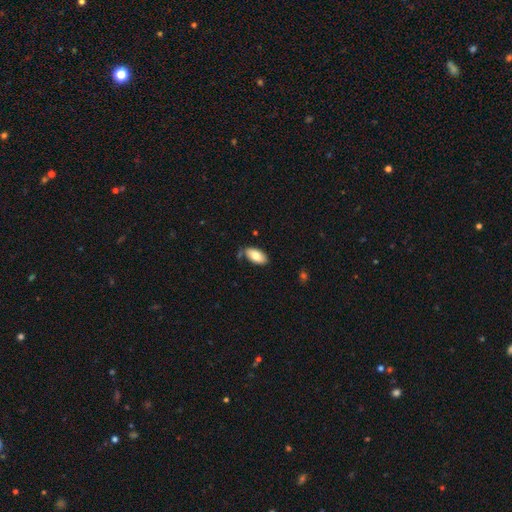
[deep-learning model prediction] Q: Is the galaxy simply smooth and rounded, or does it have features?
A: smooth — 78%.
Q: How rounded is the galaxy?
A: in between — 94%.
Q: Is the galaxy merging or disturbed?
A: none — 74%.